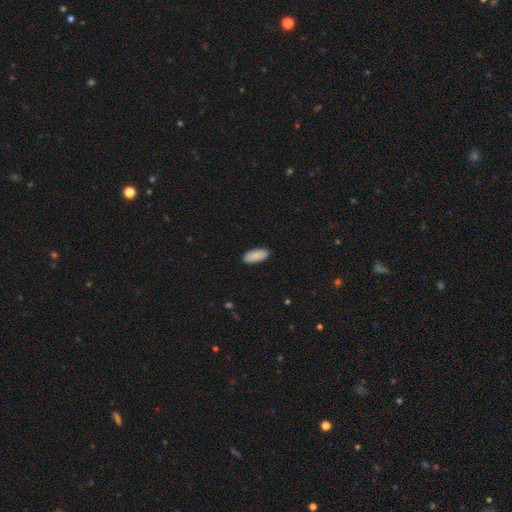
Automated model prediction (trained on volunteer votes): Q: Smooth or featured?
A: smooth (89%); runner-up: star or artifact (6%)
Q: How rounded?
A: in between (87%); runner-up: cigar-shaped (12%)
Q: Merging?
A: none (90%); runner-up: minor disturbance (8%)